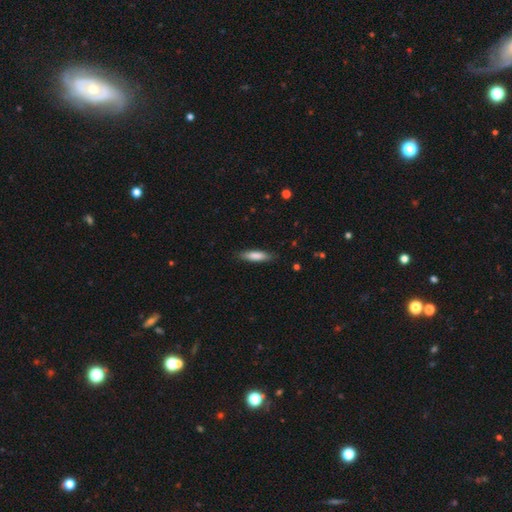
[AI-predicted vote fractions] Q: Smooth or featured?
A: smooth (82%); runner-up: featured or disk (12%)
Q: How rounded?
A: cigar-shaped (67%); runner-up: in between (31%)
Q: Merging?
A: none (85%); runner-up: minor disturbance (12%)